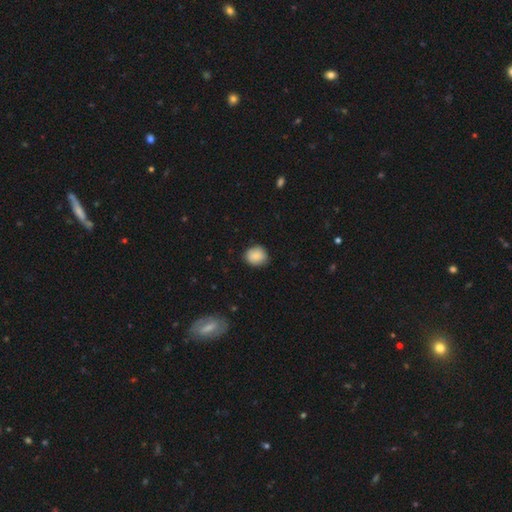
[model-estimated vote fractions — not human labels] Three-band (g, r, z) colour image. It shows a smooth galaxy with no disk features (87%) that is round (72%). Merging: none (81%).